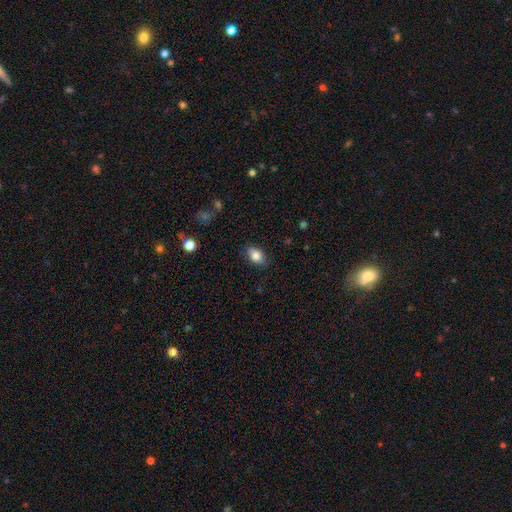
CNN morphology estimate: Q: Smooth or featured?
A: smooth (85%); runner-up: star or artifact (8%)
Q: How rounded?
A: in between (84%); runner-up: round (14%)
Q: Merging?
A: none (84%); runner-up: minor disturbance (12%)